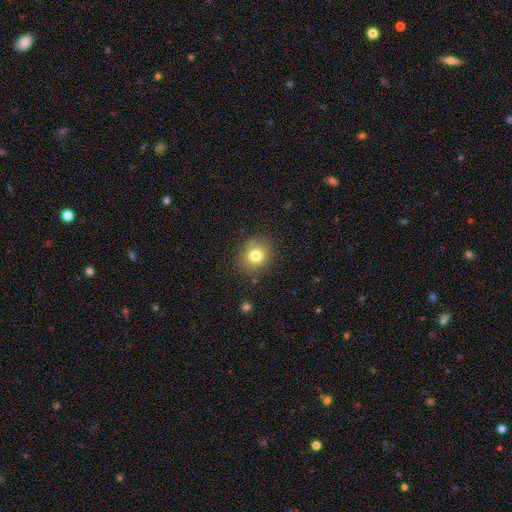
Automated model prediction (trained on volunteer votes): smooth_or_featured: smooth (p=0.78) [alt: star or artifact p=0.13]
how_rounded: round (p=0.79) [alt: in between p=0.20]
merging: none (p=0.81) [alt: minor disturbance p=0.13]